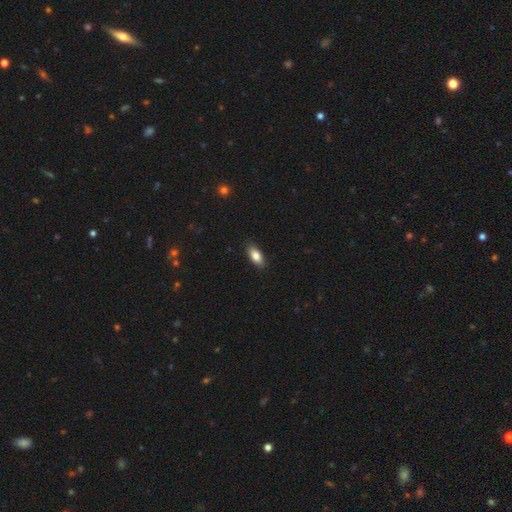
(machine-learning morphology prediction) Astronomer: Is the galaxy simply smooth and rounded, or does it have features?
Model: smooth — 83%.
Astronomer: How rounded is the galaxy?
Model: in between — 86%.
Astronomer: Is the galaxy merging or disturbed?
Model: none — 86%.